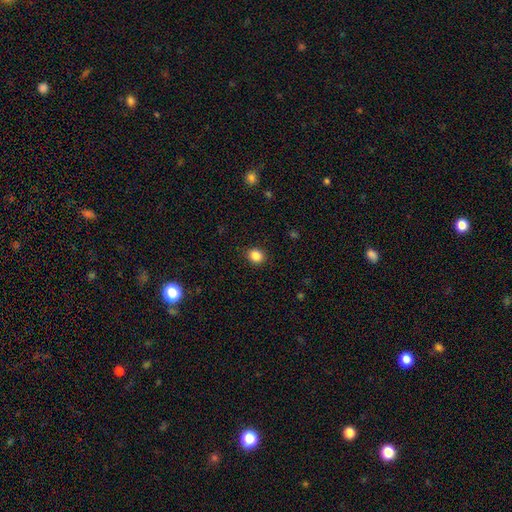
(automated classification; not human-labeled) Smooth or featured? smooth (86%)
How rounded? round (71%)
Merging? none (90%)